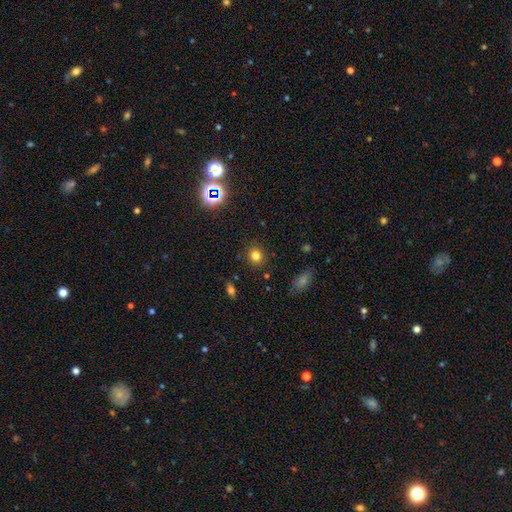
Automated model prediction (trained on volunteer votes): Overall: smooth (78%). How rounded: round (83%). Merging: none (88%).